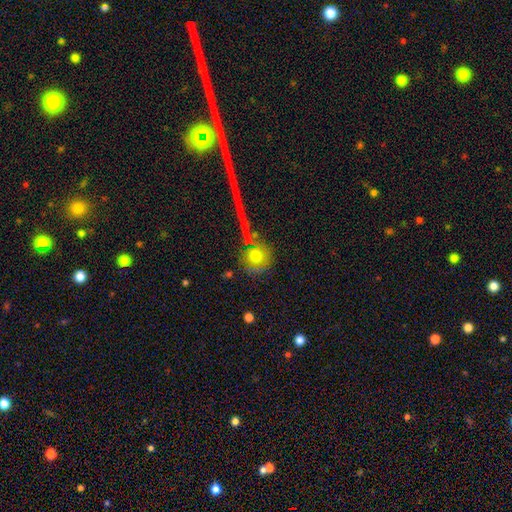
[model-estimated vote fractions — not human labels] Morphology: type=smooth (67%); roundness=round (92%); merging=none (75%).